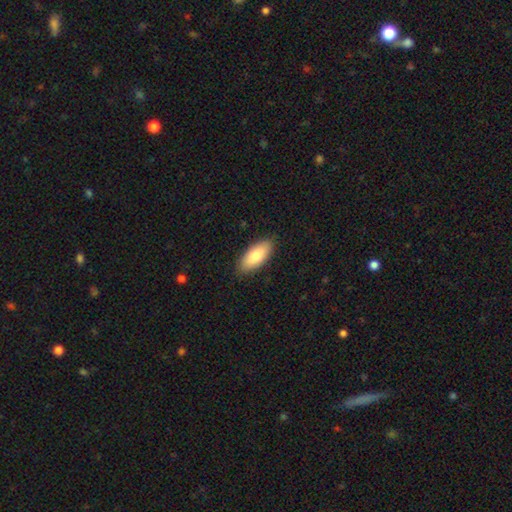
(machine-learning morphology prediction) A smooth galaxy with no disk features (81%) that is in between round and cigar-shaped (84%).

Vote fractions:
- Smooth or featured? smooth: 81% / featured or disk: 13% / star or artifact: 6%
- How rounded? in between: 84% / cigar-shaped: 14% / round: 2%
- Merging? none: 88% / minor disturbance: 9% / major disturbance: 2% / merger: 1%